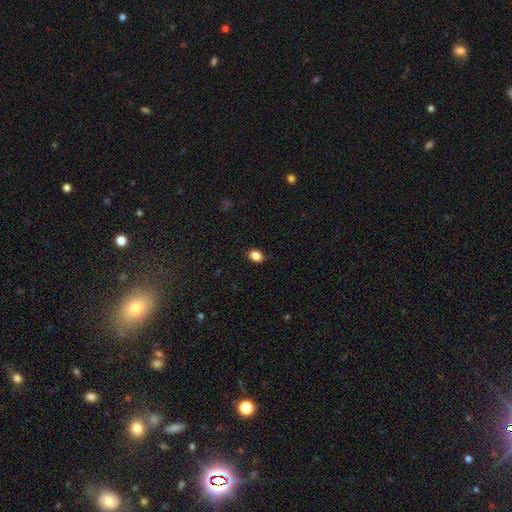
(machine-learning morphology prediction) This is clearly a smooth galaxy (87%). How rounded: likely in between (75%). Merging: clearly none (87%).